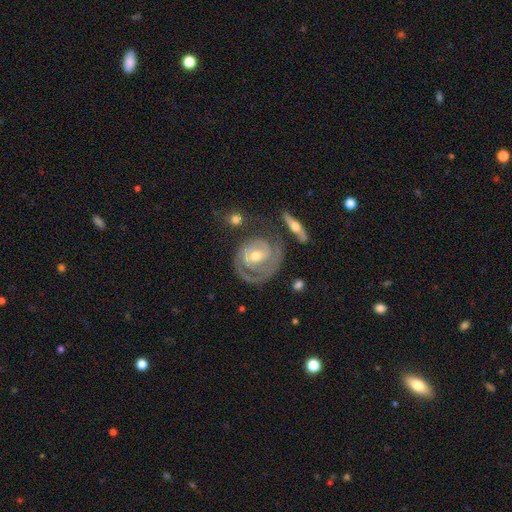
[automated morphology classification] The model was most divided on "bar": no: 44%, weak: 41%, strong: 15%. Remaining: edge-on disk — no (97%); spiral arms — yes (92%); smooth or featured — featured or disk (87%); spiral winding — tight (74%); bulge size — moderate (62%); merging — none (62%); spiral arm count — 2 (43%).